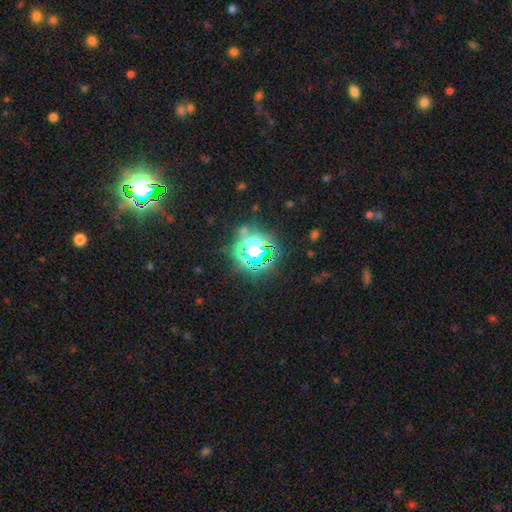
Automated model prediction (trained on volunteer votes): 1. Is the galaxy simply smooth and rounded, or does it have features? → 78% star or artifact, 15% smooth, 8% featured or disk.